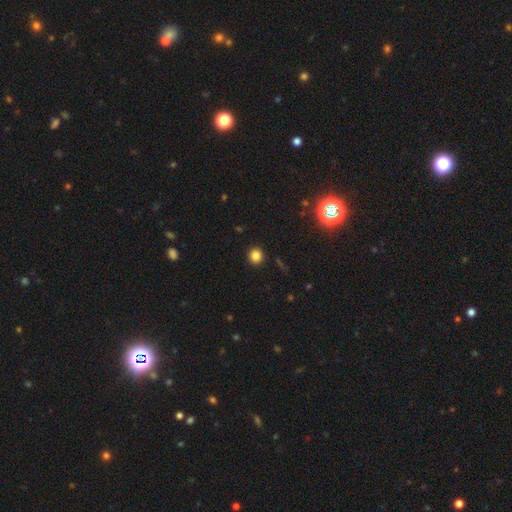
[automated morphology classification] A smooth galaxy with no disk features (82%) that is round (90%).

Vote fractions:
- Smooth or featured? smooth: 82% / star or artifact: 13% / featured or disk: 5%
- How rounded? round: 90% / in between: 9% / cigar-shaped: 1%
- Merging? none: 92% / minor disturbance: 5% / major disturbance: 2% / merger: 1%